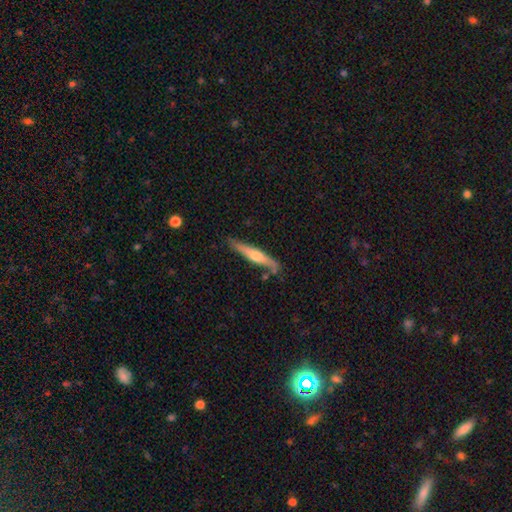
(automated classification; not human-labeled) This appears to be a featured or disk galaxy (53%) viewed edge-on (93%). Merging: none (76%).